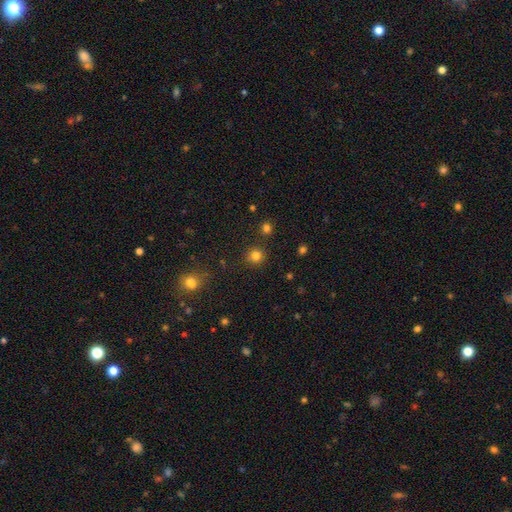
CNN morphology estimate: Overall: smooth (80%). How rounded: round (92%). Merging: none (88%).